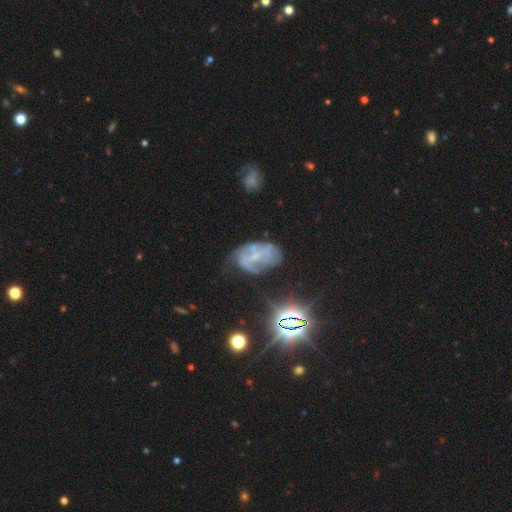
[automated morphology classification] smooth-or-featured: featured or disk: 65% | star or artifact: 18% | smooth: 17%
  disk-edge-on: no: 96% | yes: 4%
    bar: no: 43% | weak: 39% | strong: 18%
    has-spiral-arms: yes: 72% | no: 28%
    bulge-size: small: 59% | none: 25% | moderate: 14% | large: 1% | dominant: 1%
  merging: none: 45% | minor disturbance: 28% | major disturbance: 22% | merger: 5%